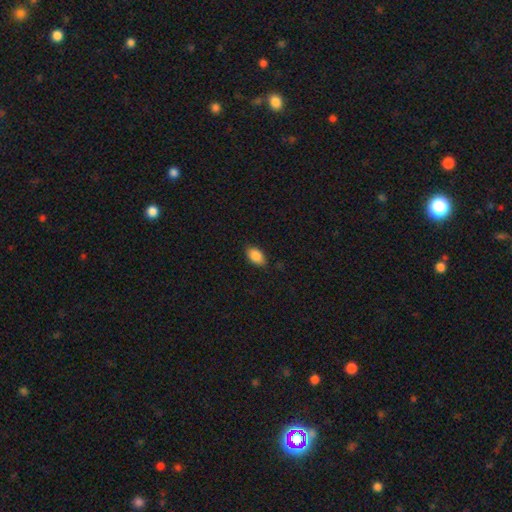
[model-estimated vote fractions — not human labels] Smooth or featured?
  - smooth: 87% *
  - star or artifact: 7%
  - featured or disk: 5%
How rounded?
  - in between: 91% *
  - round: 7%
  - cigar-shaped: 2%
Merging?
  - none: 84% *
  - minor disturbance: 13%
  - major disturbance: 2%
  - merger: 1%